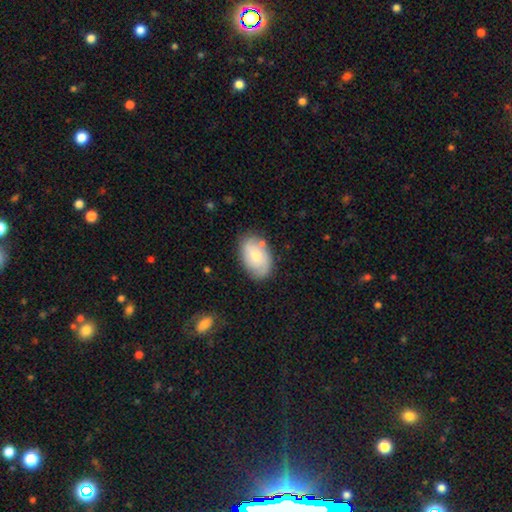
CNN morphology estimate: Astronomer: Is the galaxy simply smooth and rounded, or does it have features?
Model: smooth — 54% (runner-up: featured or disk, 39%).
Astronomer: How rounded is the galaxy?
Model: in between — 88%.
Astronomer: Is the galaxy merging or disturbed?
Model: none — 75%.